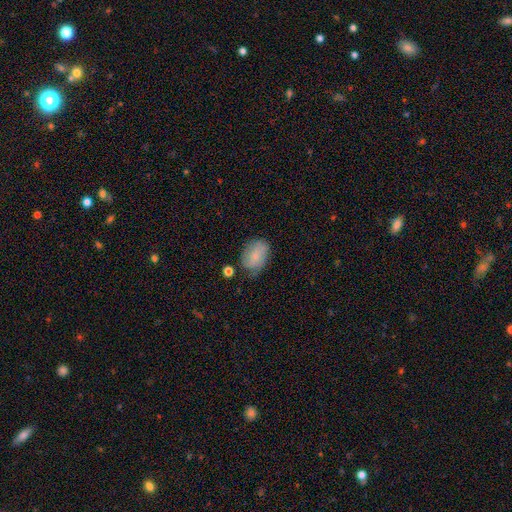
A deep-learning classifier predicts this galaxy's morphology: smooth_or_featured: smooth (p=0.67) [alt: featured or disk p=0.26]
how_rounded: in between (p=0.79) [alt: round p=0.19]
merging: none (p=0.56) [alt: minor disturbance p=0.30]